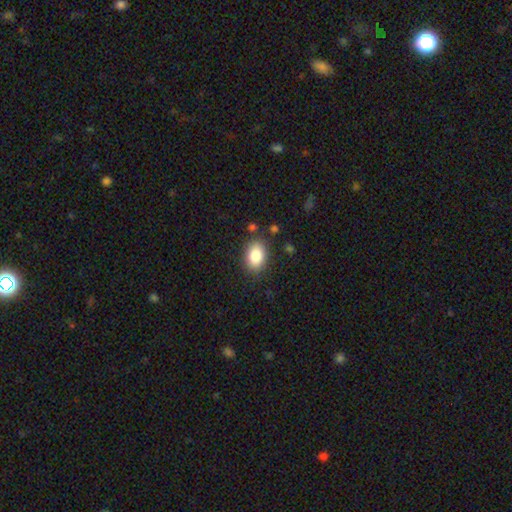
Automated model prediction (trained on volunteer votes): smooth-or-featured: smooth: 86% | star or artifact: 8% | featured or disk: 6%
  how-rounded: in between: 84% | round: 15% | cigar-shaped: 1%
  merging: none: 83% | minor disturbance: 11% | major disturbance: 3% | merger: 3%